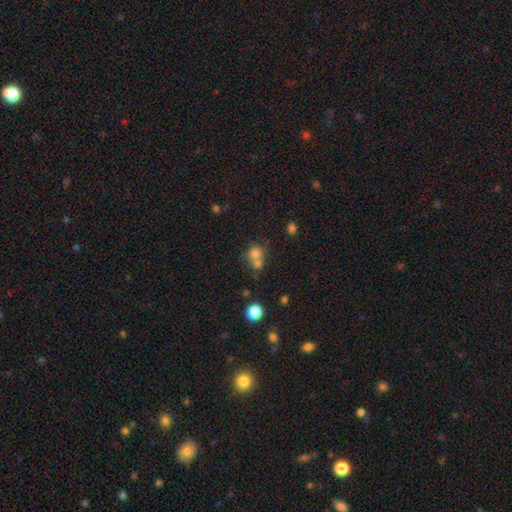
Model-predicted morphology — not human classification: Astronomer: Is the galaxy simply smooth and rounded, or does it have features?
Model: smooth — 74%.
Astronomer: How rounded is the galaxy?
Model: round — 79%.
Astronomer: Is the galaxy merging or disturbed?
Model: merger — 53% (runner-up: none, 35%).